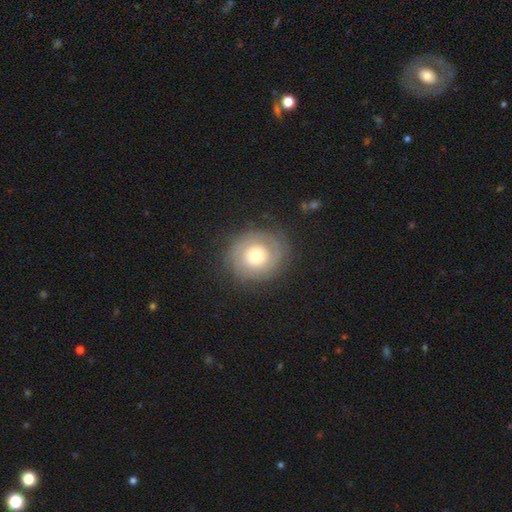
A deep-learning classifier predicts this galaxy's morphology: smooth_or_featured: featured or disk (p=0.63) [alt: smooth p=0.29]
disk_edge_on: no (p=0.97) [alt: yes p=0.03]
bar: no (p=0.84) [alt: weak p=0.12]
has_spiral_arms: yes (p=0.75) [alt: no p=0.25]
bulge_size: moderate (p=0.61) [alt: small p=0.23]
merging: none (p=0.82) [alt: minor disturbance p=0.12]